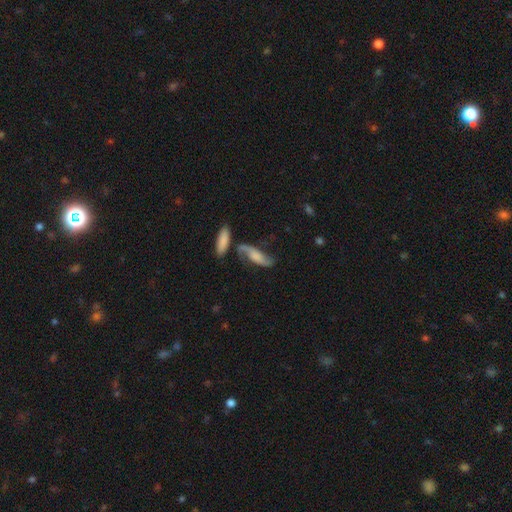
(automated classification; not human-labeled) smooth_or_featured: featured or disk (p=0.66) [alt: smooth p=0.27]
disk_edge_on: no (p=0.86) [alt: yes p=0.14]
bar: no (p=0.56) [alt: weak p=0.33]
has_spiral_arms: yes (p=0.92) [alt: no p=0.08]
spiral_winding: loose (p=0.72) [alt: medium p=0.22]
spiral_arm_count: 2 (p=0.89) [alt: 1 p=0.04]
bulge_size: none (p=0.39) [alt: small p=0.21]
merging: none (p=0.51) [alt: minor disturbance p=0.20]